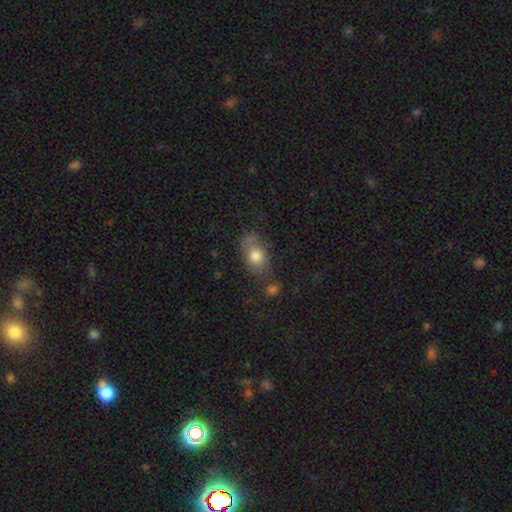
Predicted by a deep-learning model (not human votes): Morphology: type=smooth (76%); roundness=in between (76%); merging=none (53%).